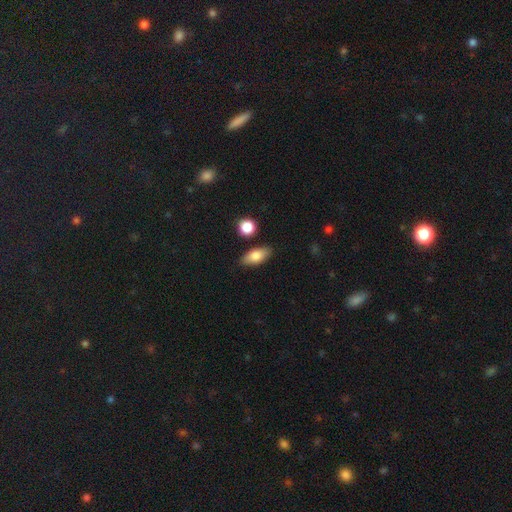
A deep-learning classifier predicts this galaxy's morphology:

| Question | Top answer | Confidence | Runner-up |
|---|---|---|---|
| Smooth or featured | smooth | 79% | featured or disk (14%) |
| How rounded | in between | 82% | cigar-shaped (13%) |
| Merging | none | 83% | minor disturbance (11%) |